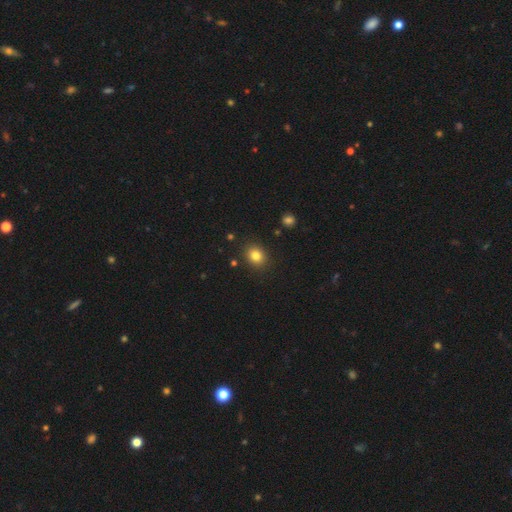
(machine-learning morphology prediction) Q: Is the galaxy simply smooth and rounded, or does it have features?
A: smooth — 82%.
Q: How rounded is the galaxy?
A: round — 61%.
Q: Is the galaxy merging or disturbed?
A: none — 88%.